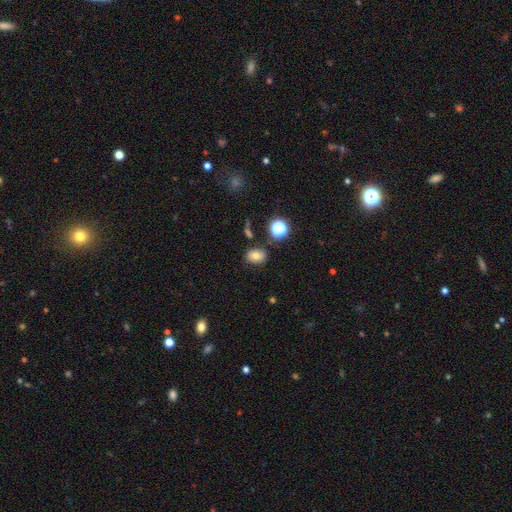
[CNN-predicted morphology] smooth 72%, star or artifact 16%, featured or disk 13%. Down the decision tree: how rounded — in between (59%); merging — none (79%).